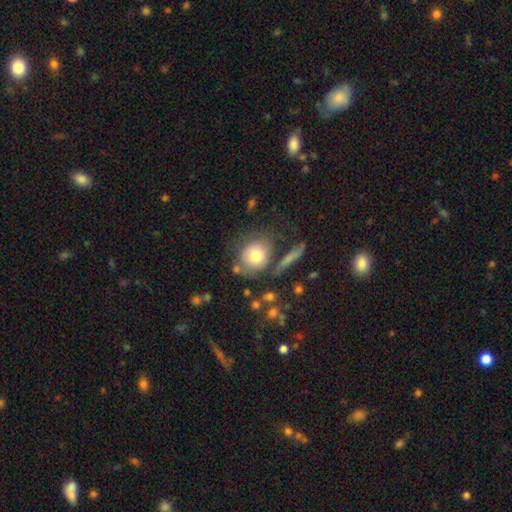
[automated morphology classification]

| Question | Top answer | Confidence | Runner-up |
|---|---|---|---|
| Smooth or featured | smooth | 75% | featured or disk (17%) |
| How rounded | round | 73% | in between (26%) |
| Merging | none | 60% | minor disturbance (18%) |